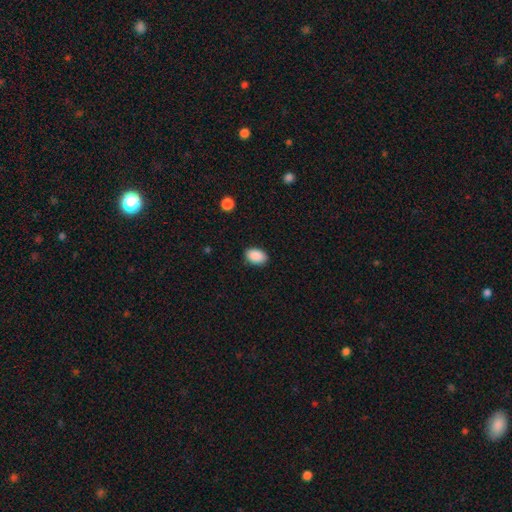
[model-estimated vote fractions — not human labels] This is clearly a smooth galaxy (90%). How rounded: clearly in between (87%). Merging: clearly none (87%).